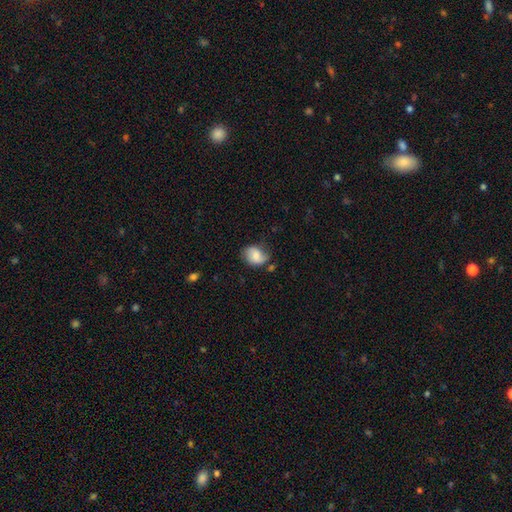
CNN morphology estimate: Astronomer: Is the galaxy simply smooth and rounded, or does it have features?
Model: smooth — 64%.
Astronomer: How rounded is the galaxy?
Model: in between — 61% (runner-up: round, 38%).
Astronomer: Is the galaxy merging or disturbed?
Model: none — 56%.